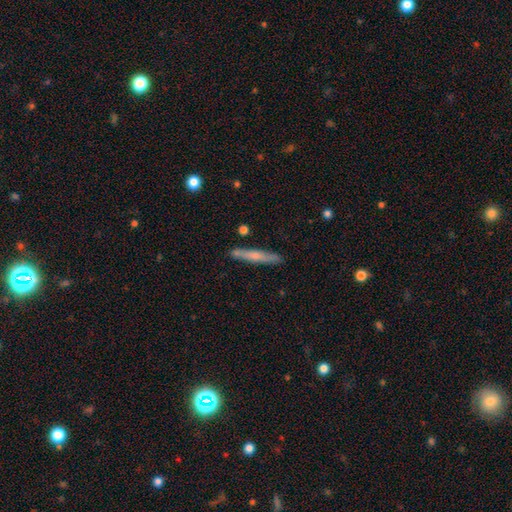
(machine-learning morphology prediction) A smooth galaxy with no disk features (56%) that is cigar-shaped (95%). Merging: none (84%).